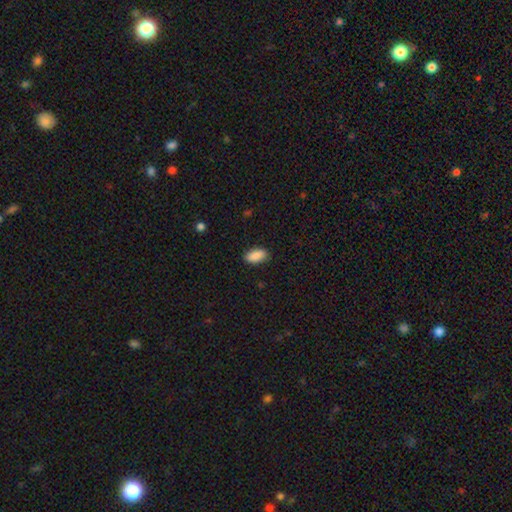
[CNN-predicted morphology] type=smooth (90%); roundness=in between (92%); merging=none (87%).